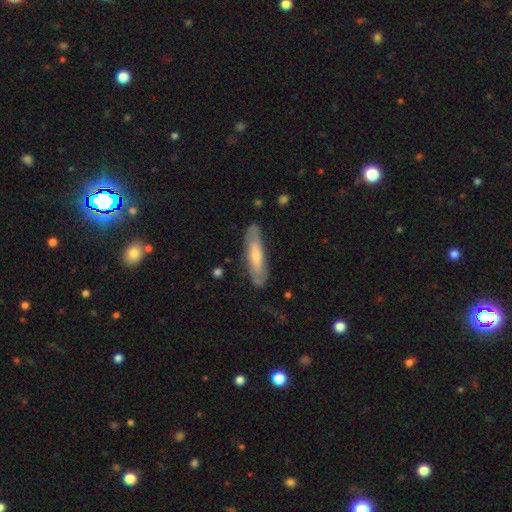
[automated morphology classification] Q: Smooth or featured?
A: smooth (48%); runner-up: featured or disk (46%)
Q: Merging?
A: none (81%); runner-up: minor disturbance (15%)